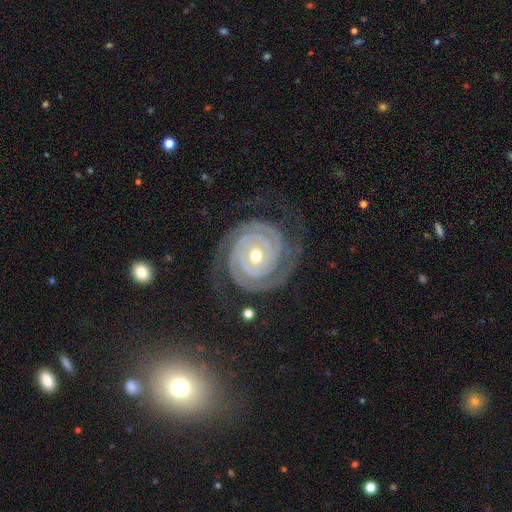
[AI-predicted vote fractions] Smooth or featured? featured or disk (93%)
Edge-on disk? no (98%)
Bar? no (53%)
Spiral arms? yes (99%)
Spiral winding? tight (90%)
Spiral arm count? 2 (76%)
Bulge size? moderate (63%)
Merging? none (80%)